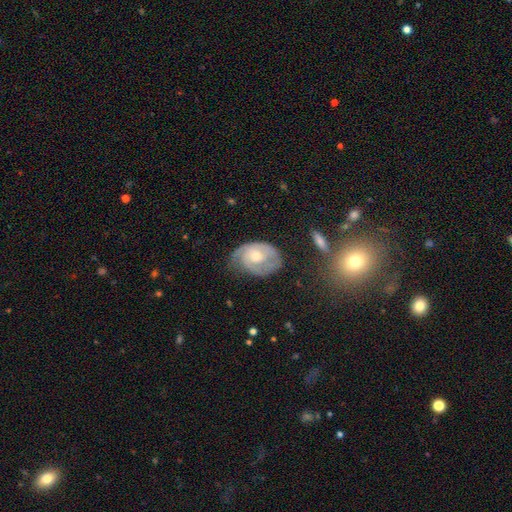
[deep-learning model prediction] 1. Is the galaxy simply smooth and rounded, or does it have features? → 74% featured or disk, 20% smooth, 6% star or artifact.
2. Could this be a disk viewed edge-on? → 96% no, 4% yes.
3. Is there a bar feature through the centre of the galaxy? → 74% no, 23% weak, 3% strong.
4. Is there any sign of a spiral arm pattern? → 88% yes, 12% no.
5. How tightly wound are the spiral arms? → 59% tight, 31% medium, 10% loose.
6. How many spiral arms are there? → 37% 2, 31% can't tell, 15% 1, 11% 3, 3% 4, 3% more than 4.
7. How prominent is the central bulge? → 57% moderate, 35% small, 5% large, 2% none, 1% dominant.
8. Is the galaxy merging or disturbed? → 55% none, 29% minor disturbance, 14% major disturbance, 2% merger.